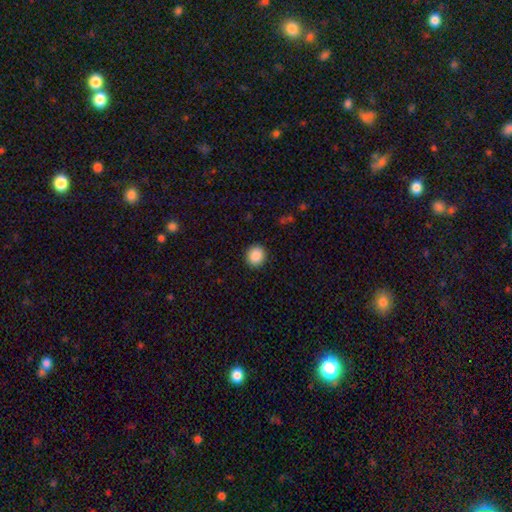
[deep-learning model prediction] A smooth galaxy with no disk features (89%) that is round (86%). Merging: none (92%).